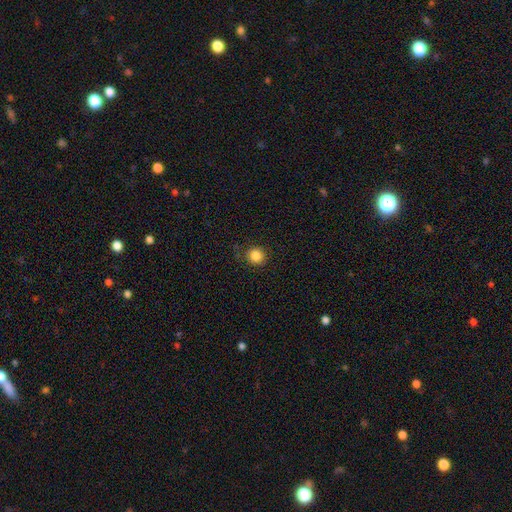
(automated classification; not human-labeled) smooth 85%, star or artifact 11%, featured or disk 4%. Down the decision tree: how rounded — round (92%); merging — none (87%).